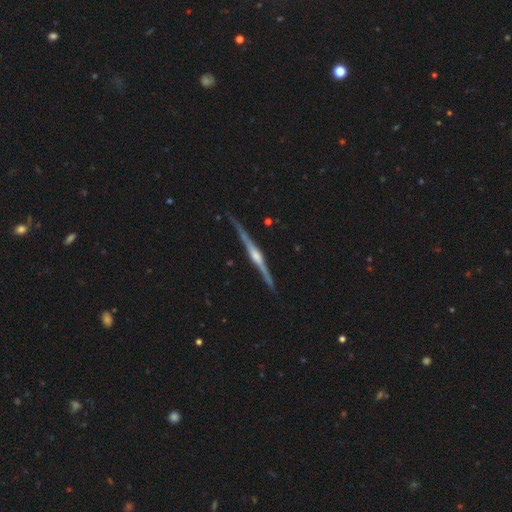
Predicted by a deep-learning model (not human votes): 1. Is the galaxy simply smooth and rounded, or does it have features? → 86% featured or disk, 9% smooth, 5% star or artifact.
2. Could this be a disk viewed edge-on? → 98% yes, 2% no.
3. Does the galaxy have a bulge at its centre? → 77% rounded, 14% boxy, 9% none.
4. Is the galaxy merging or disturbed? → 87% none, 10% minor disturbance, 2% major disturbance, 1% merger.